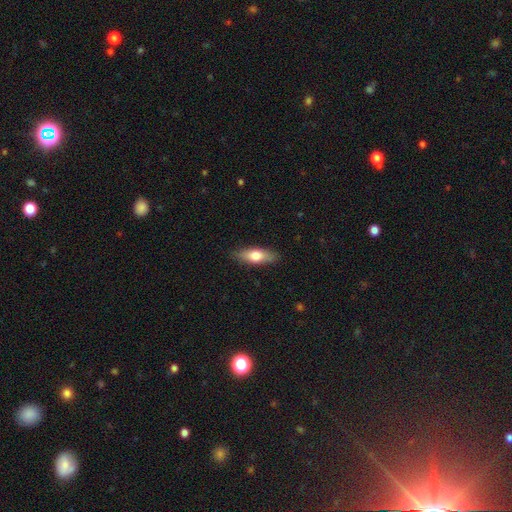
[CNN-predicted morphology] type=smooth (67%); roundness=in between (61%); merging=none (85%).